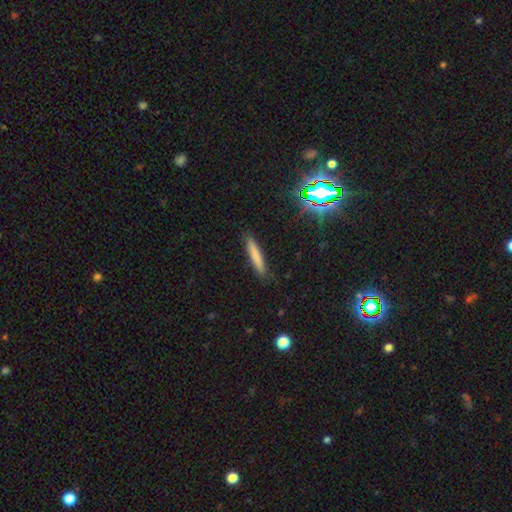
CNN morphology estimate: Overall: smooth (75%). How rounded: cigar-shaped (93%). Merging: none (89%).